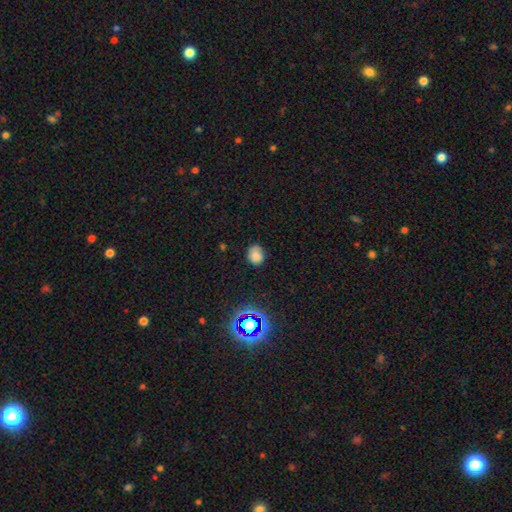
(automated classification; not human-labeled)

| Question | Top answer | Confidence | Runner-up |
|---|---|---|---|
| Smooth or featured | smooth | 77% | star or artifact (14%) |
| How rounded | round | 59% | in between (40%) |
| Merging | none | 72% | minor disturbance (21%) |